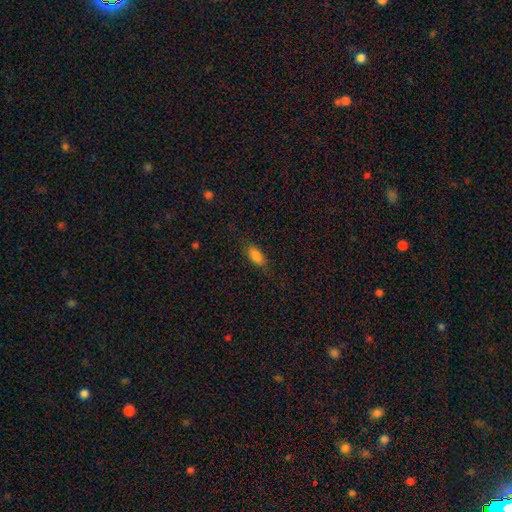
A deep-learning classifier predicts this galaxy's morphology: type=smooth (84%); roundness=in between (87%); merging=none (76%).